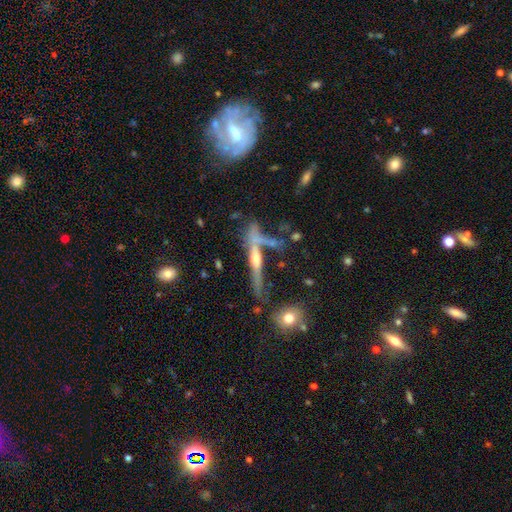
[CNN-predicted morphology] This appears to be a featured or disk galaxy (74%) viewed edge-on (92%) with a rounded central bulge (79%). Merging: none (55%).